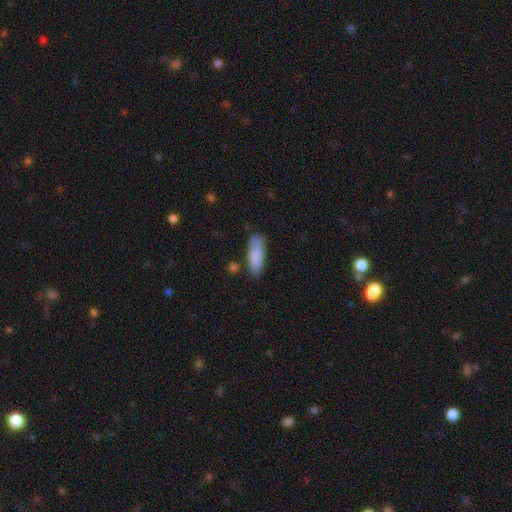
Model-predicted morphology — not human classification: The model was most divided on "how rounded": in between: 63%, cigar-shaped: 35%, round: 2%. More confident: smooth or featured — smooth (85%); merging — none (72%).